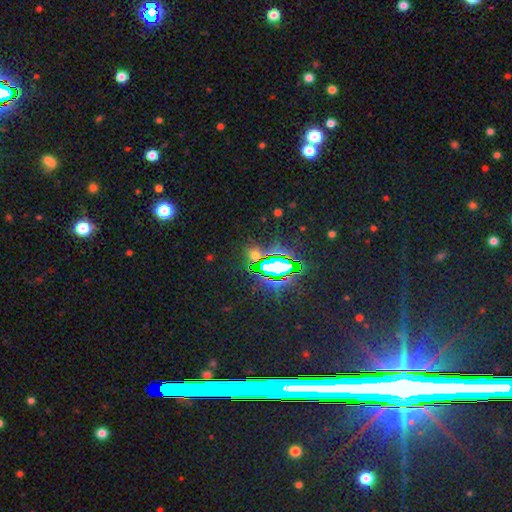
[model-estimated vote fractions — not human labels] The model was most divided on "smooth or featured": star or artifact: 69%, smooth: 23%, featured or disk: 8%.